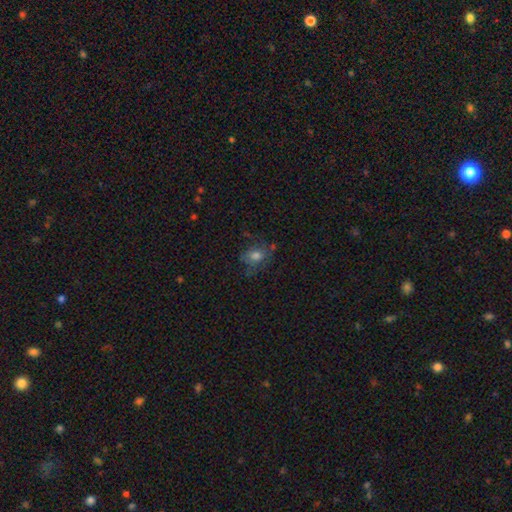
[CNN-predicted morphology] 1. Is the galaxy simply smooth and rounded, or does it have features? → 62% smooth, 23% featured or disk, 14% star or artifact.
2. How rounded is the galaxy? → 52% in between, 47% round, 2% cigar-shaped.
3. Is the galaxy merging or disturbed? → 60% none, 24% minor disturbance, 13% major disturbance, 3% merger.